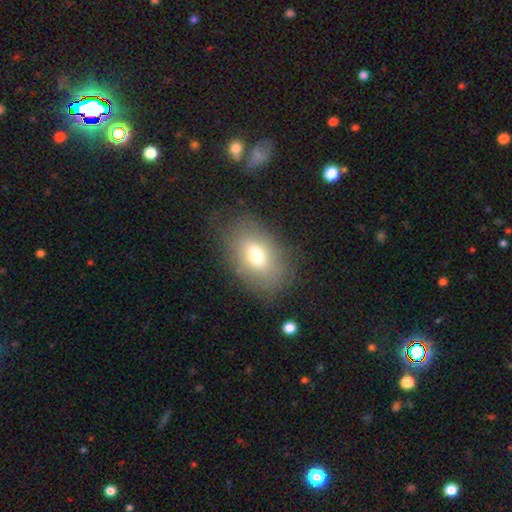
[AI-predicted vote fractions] Smooth or featured: smooth — 68% (featured or disk — 21%)
How rounded: in between — 84% (round — 15%)
Merging: none — 75% (minor disturbance — 15%)